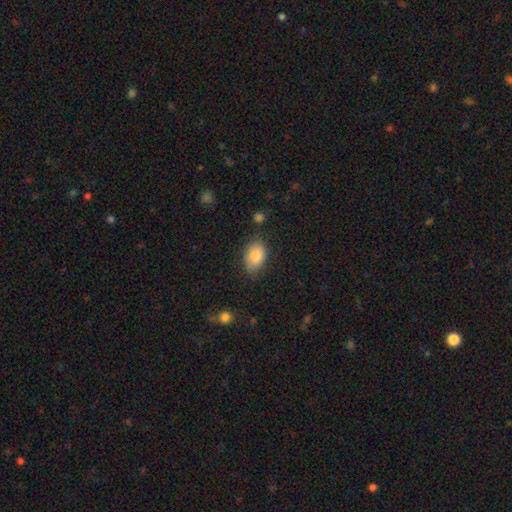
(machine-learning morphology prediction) Smooth or featured? smooth (83%)
How rounded? in between (88%)
Merging? none (74%)